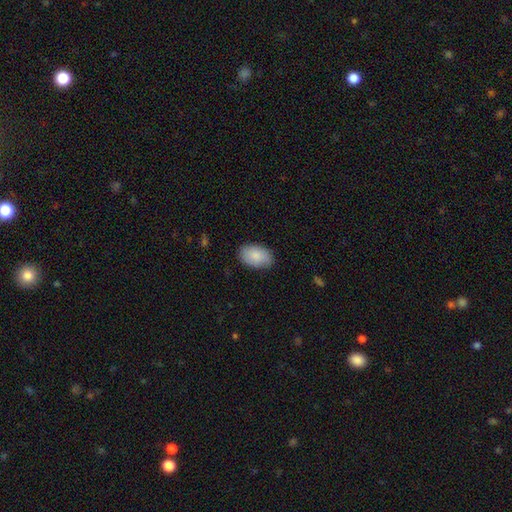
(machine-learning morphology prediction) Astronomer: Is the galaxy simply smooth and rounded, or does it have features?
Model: smooth — 87%.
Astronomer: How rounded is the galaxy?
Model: in between — 91%.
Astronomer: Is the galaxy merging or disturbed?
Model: none — 84%.